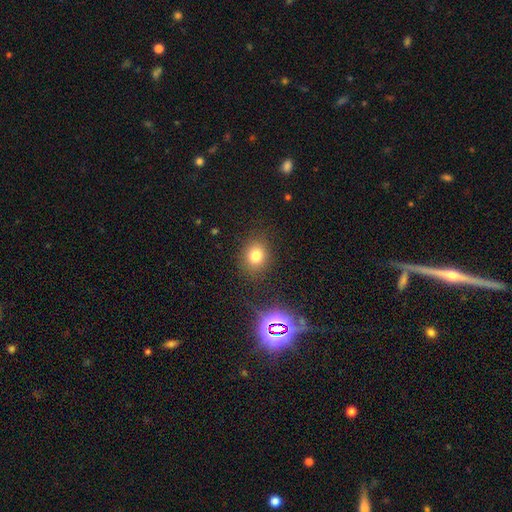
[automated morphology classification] Q: Smooth or featured?
A: smooth (76%); runner-up: star or artifact (16%)
Q: How rounded?
A: round (70%); runner-up: in between (29%)
Q: Merging?
A: none (85%); runner-up: minor disturbance (9%)